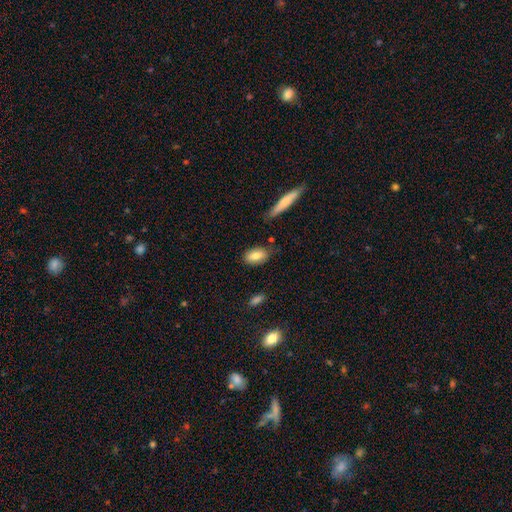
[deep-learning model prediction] Morphology: type=smooth (79%); roundness=in between (88%); merging=none (78%).